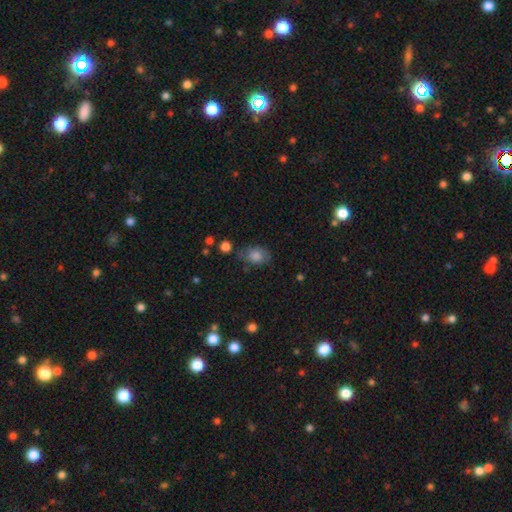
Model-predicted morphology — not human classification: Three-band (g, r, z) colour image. It shows a smooth galaxy with no disk features (80%) that is in between round and cigar-shaped (69%). Merging: none (65%).